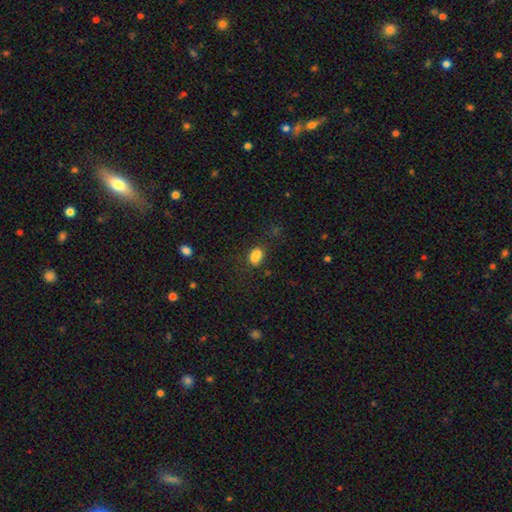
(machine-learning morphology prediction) Smooth or featured?
  - smooth: 82% *
  - star or artifact: 12%
  - featured or disk: 6%
How rounded?
  - in between: 81% *
  - round: 16%
  - cigar-shaped: 2%
Merging?
  - none: 62% *
  - minor disturbance: 23%
  - major disturbance: 10%
  - merger: 5%